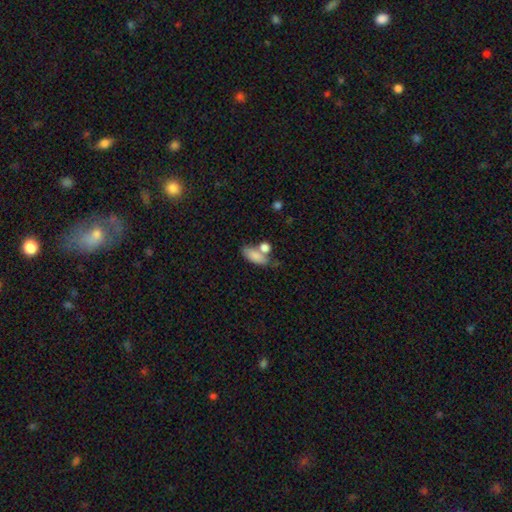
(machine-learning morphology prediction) type=smooth (81%); roundness=in between (80%); merging=none (43%).